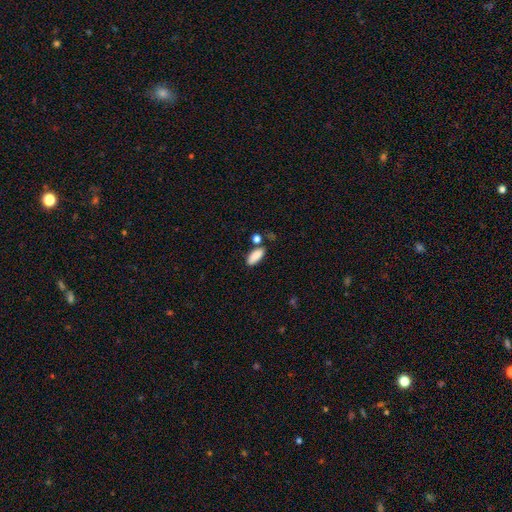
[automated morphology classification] Smooth or featured? Predicted: smooth (p=0.87). How rounded? Predicted: in between (p=0.81). Merging? Predicted: none (p=0.70).